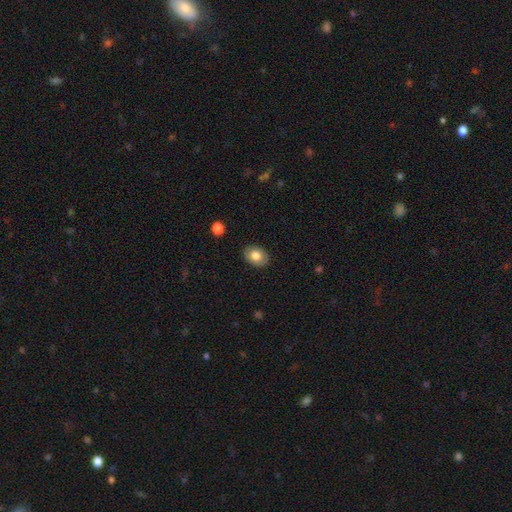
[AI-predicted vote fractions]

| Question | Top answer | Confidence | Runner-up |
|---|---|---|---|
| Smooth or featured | smooth | 79% | featured or disk (13%) |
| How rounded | in between | 73% | round (26%) |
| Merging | none | 88% | minor disturbance (9%) |